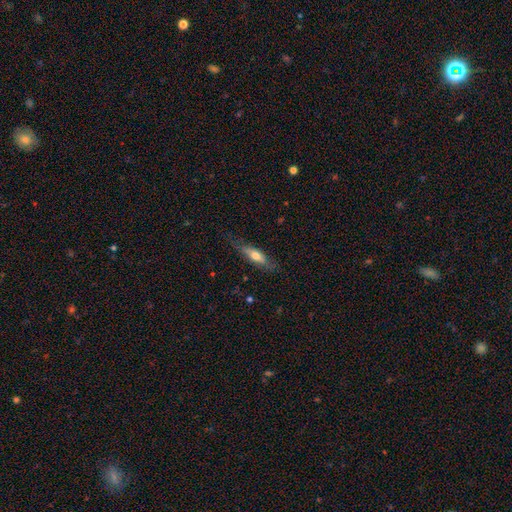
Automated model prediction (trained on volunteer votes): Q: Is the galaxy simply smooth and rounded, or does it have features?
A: smooth — 58%.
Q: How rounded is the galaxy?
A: cigar-shaped — 57%.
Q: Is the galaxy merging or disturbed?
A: none — 72%.